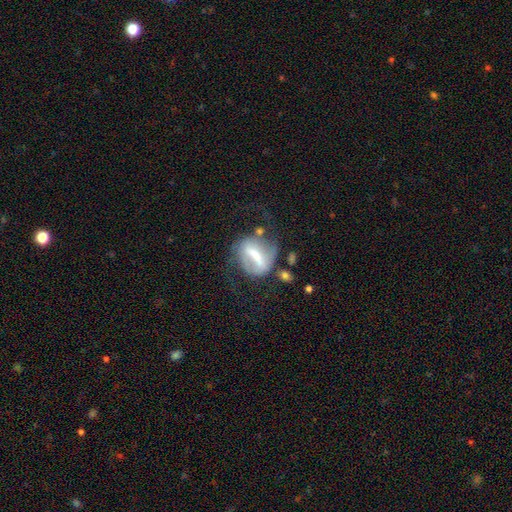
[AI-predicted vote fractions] The model was most divided on "bulge size": moderate: 34%, small: 30%, none: 22%, large: 11%, dominant: 3%. Remaining: edge-on disk — no (90%); bar — strong (66%); spiral arms — no (60%); smooth or featured — featured or disk (58%); merging — none (39%).